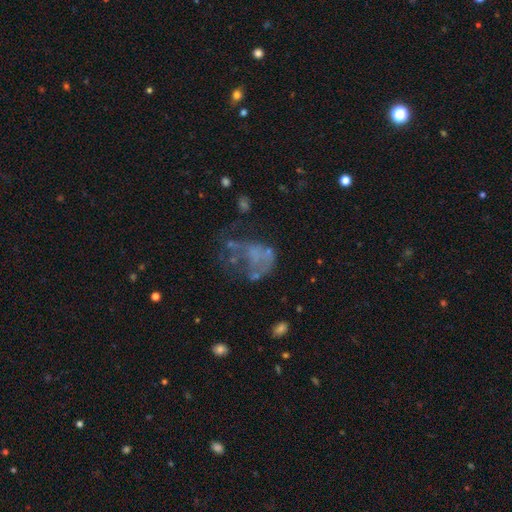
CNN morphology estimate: A featured or disk galaxy (52%) with no bar (93%), no spiral arms (90%) and no central bulge (81%).

Vote fractions:
- Smooth or featured? featured or disk: 52% / smooth: 29% / star or artifact: 19%
- Edge-on disk? no: 98% / yes: 2%
- Bar? no: 93% / weak: 6% / strong: 2%
- Spiral arms? no: 90% / yes: 10%
- Bulge size? none: 81% / small: 9% / moderate: 6% / large: 2% / dominant: 1%
- Merging? major disturbance: 45% / none: 28% / minor disturbance: 17% / merger: 11%